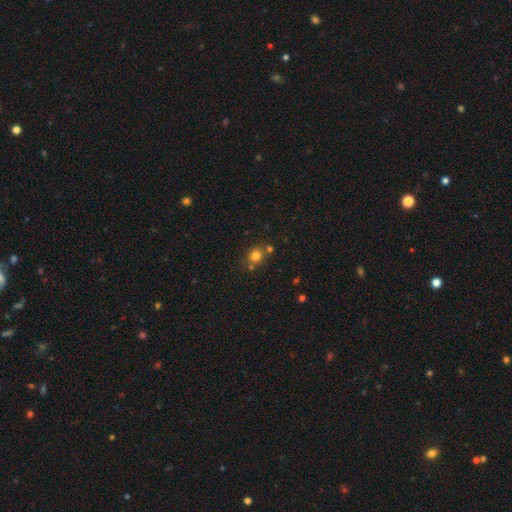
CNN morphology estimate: The model was most divided on "merging": none: 68%, merger: 18%, minor disturbance: 11%, major disturbance: 4%. More confident: how rounded — round (83%); smooth or featured — smooth (76%).